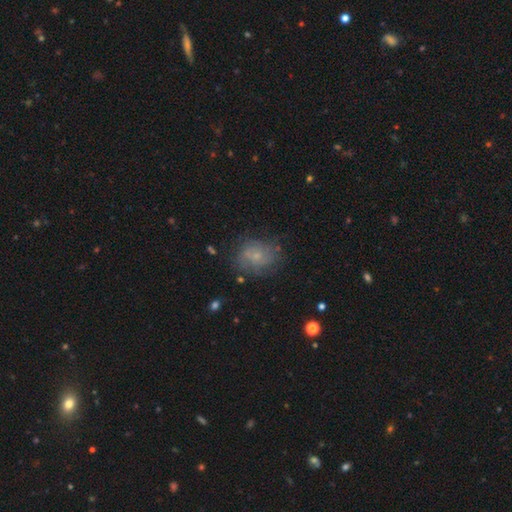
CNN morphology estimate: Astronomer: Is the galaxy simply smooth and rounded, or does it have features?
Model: featured or disk — 45% (runner-up: smooth, 41%).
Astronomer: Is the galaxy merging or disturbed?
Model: none — 66%.